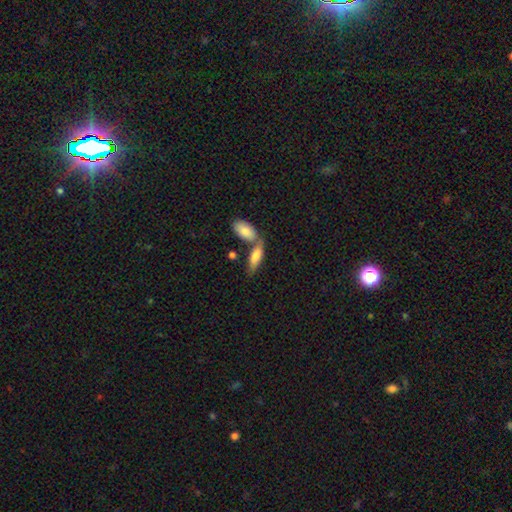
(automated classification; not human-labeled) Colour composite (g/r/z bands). It shows a smooth galaxy with no disk features (78%) that is in between round and cigar-shaped (67%). Merging: merger (42%, tied with none).